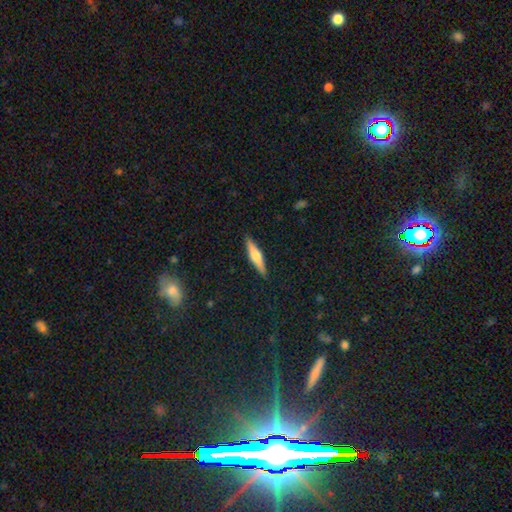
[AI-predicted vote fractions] Smooth or featured? featured or disk (47%, tied with smooth)
Merging? none (91%)